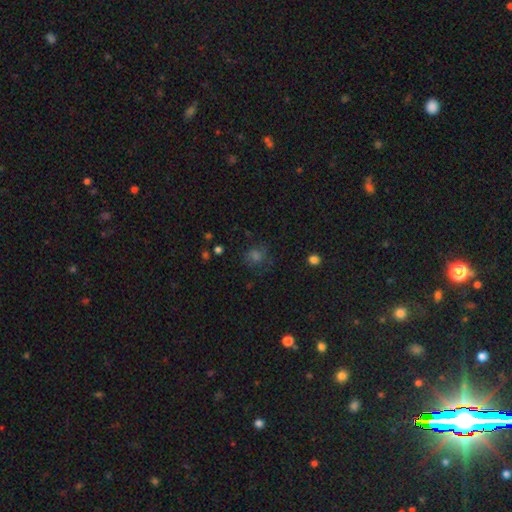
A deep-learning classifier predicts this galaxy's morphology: smooth 53%, star or artifact 34%, featured or disk 13%. Down the decision tree: how rounded — round (80%); merging — none (72%).